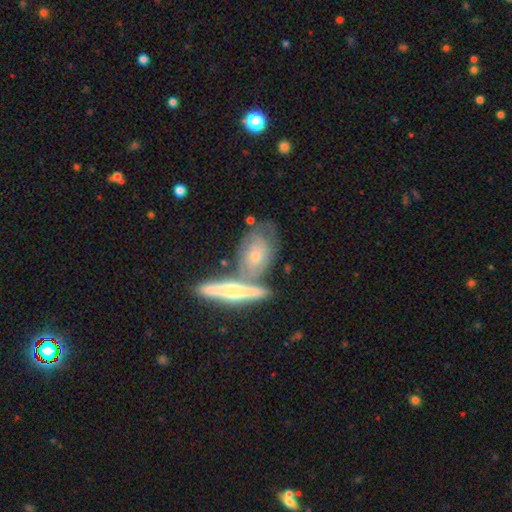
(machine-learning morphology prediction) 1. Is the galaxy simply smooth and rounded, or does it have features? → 51% featured or disk, 43% smooth, 6% star or artifact.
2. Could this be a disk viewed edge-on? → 60% no, 40% yes.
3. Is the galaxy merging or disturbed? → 44% none, 33% merger, 18% minor disturbance, 6% major disturbance.